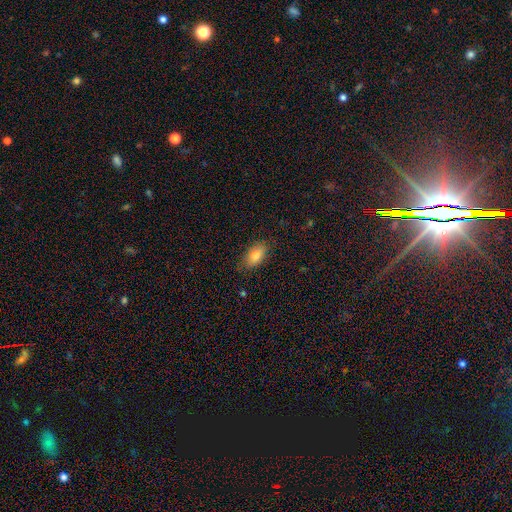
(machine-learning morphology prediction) type=smooth (82%); roundness=in between (90%); merging=none (84%).